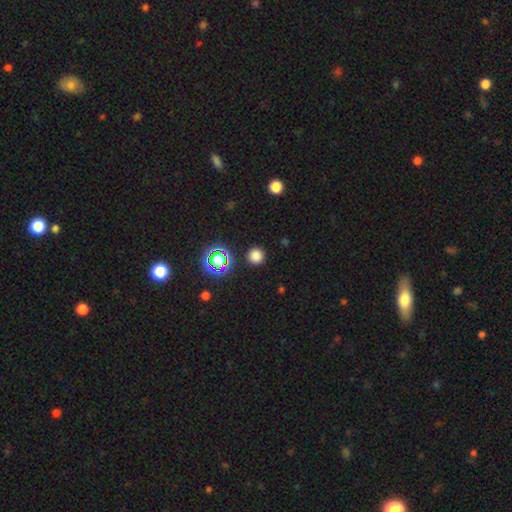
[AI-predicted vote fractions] Smooth or featured? Predicted: smooth (p=0.75). How rounded? Predicted: round (p=0.94). Merging? Predicted: none (p=0.89).